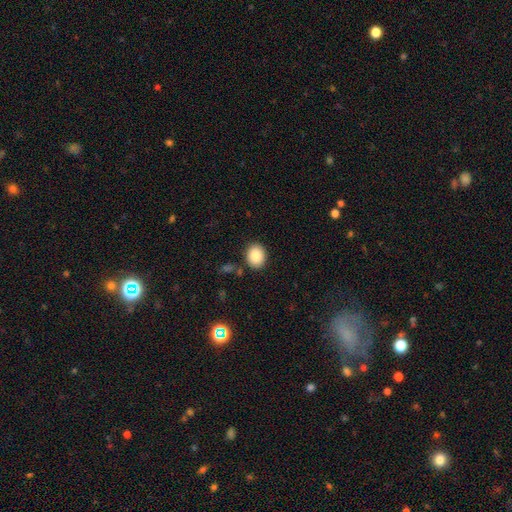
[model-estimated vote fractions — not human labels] This appears to be a smooth galaxy with no disk features (88%) that is round (57%). Merging: none (87%).